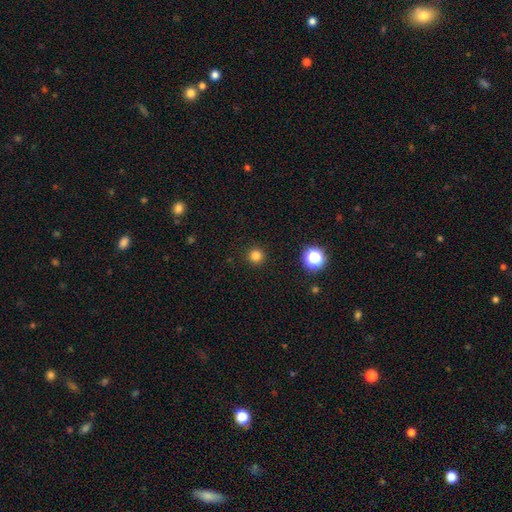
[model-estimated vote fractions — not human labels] A smooth galaxy with no disk features (81%) that is round (96%).

Vote fractions:
- Smooth or featured? smooth: 81% / star or artifact: 15% / featured or disk: 4%
- How rounded? round: 96% / in between: 3% / cigar-shaped: 1%
- Merging? none: 92% / minor disturbance: 5% / major disturbance: 2% / merger: 1%